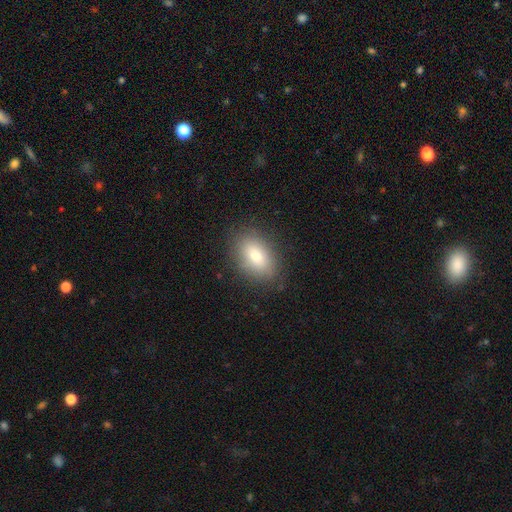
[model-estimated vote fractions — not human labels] Smooth or featured? Predicted: smooth (p=0.79). How rounded? Predicted: in between (p=0.88). Merging? Predicted: none (p=0.84).